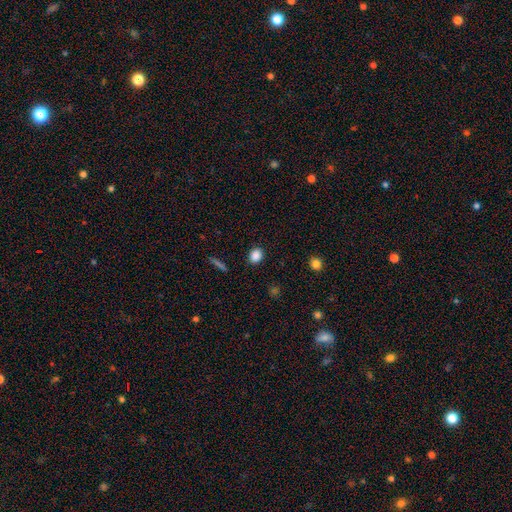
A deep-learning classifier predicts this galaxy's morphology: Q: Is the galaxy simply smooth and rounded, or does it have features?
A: smooth — 87%.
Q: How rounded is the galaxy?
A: round — 55%.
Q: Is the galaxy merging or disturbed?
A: none — 90%.